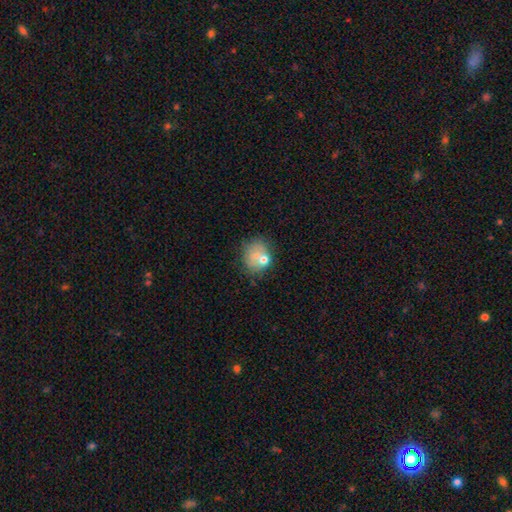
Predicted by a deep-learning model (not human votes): smooth 60%, featured or disk 29%, star or artifact 12%. Down the decision tree: how rounded — round (67%); merging — none (50%).